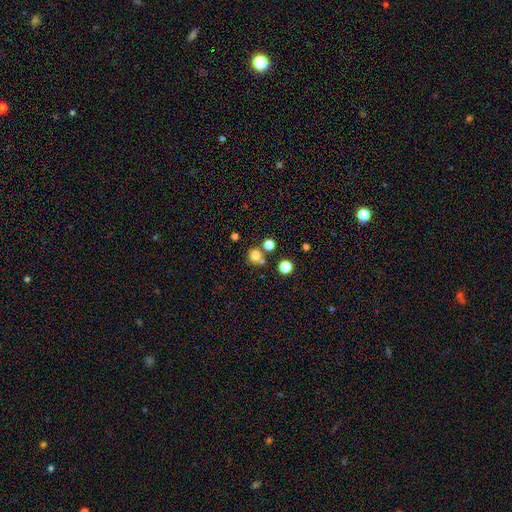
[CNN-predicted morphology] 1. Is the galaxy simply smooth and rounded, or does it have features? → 76% smooth, 16% star or artifact, 8% featured or disk.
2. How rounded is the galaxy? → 92% round, 7% in between, 1% cigar-shaped.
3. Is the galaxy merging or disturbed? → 67% none, 22% merger, 8% minor disturbance, 3% major disturbance.